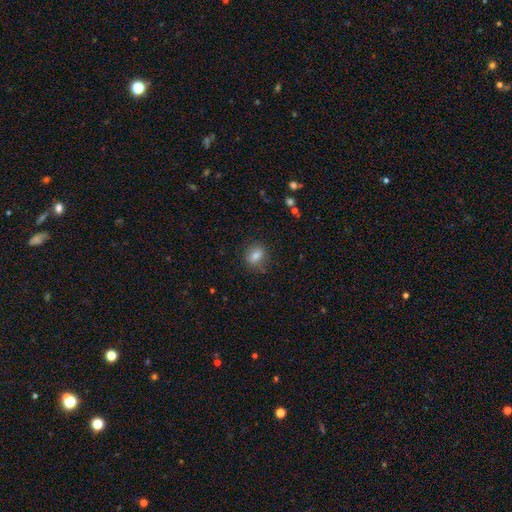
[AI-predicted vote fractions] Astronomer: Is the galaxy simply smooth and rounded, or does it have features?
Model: smooth — 80%.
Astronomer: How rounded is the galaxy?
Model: round — 57% (runner-up: in between, 41%).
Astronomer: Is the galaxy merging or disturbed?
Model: none — 84%.